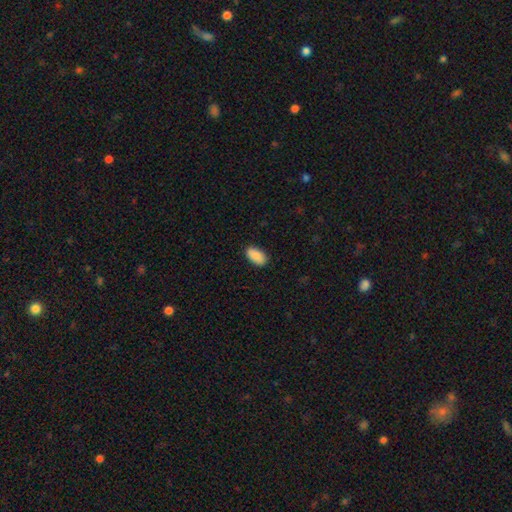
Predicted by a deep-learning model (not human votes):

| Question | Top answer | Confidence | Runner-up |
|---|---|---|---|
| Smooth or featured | smooth | 90% | star or artifact (6%) |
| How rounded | in between | 95% | round (3%) |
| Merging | none | 88% | minor disturbance (9%) |